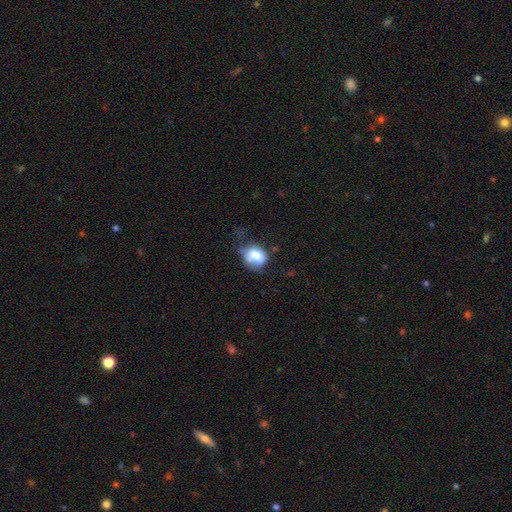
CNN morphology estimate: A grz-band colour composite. It shows a smooth galaxy with no disk features (73%) that is in between round and cigar-shaped (61%). Merging: none (33%).